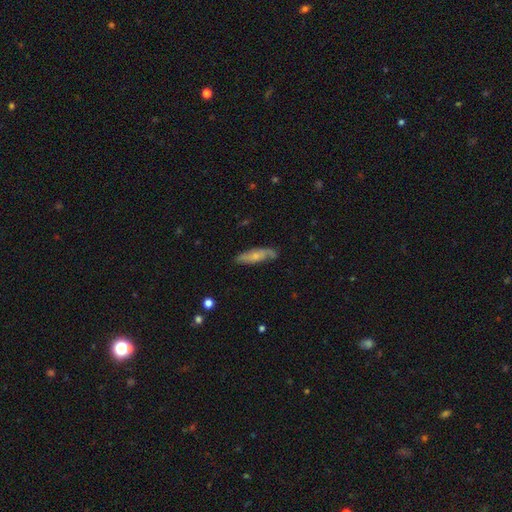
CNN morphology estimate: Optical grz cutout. It shows a featured or disk galaxy (50%). Merging: none (69%).